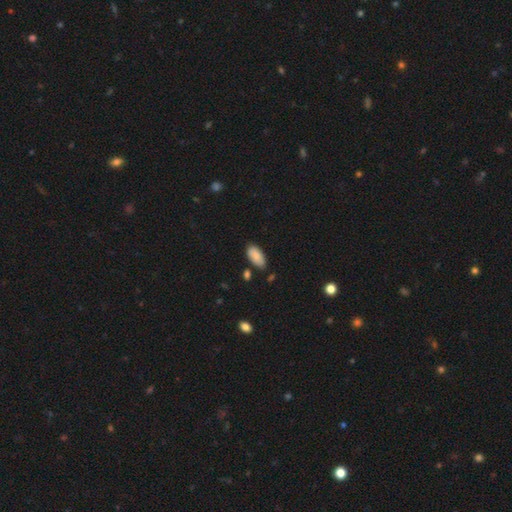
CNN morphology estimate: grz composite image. It shows a smooth galaxy with no disk features (87%) that is in between round and cigar-shaped (93%). Merging: none (77%).